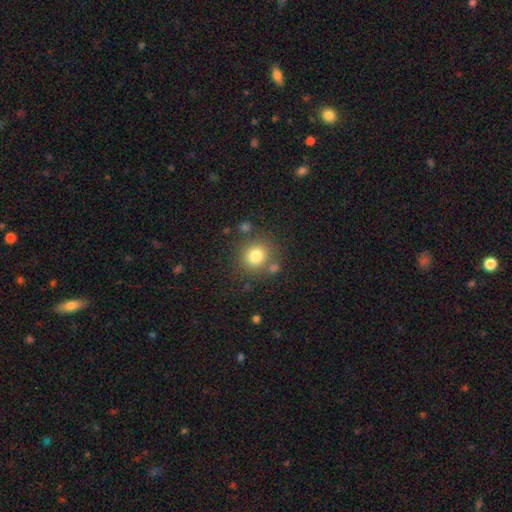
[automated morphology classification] Smooth or featured: smooth — 78% (star or artifact — 12%)
How rounded: round — 88% (in between — 11%)
Merging: none — 76% (minor disturbance — 11%)